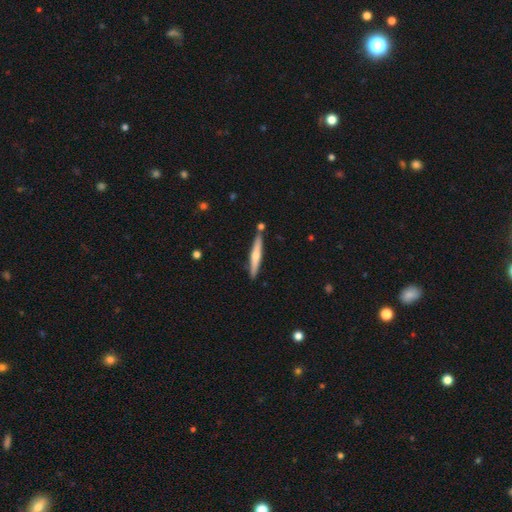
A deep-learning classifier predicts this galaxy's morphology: Q: Smooth or featured?
A: smooth (49%); runner-up: featured or disk (46%)
Q: Merging?
A: none (83%); runner-up: minor disturbance (10%)